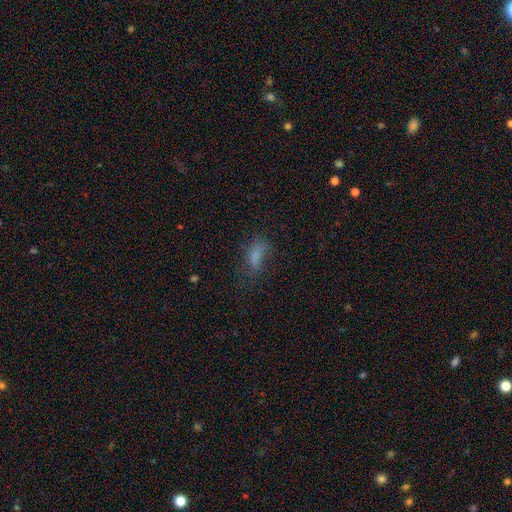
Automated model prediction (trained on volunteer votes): Morphology: type=smooth (69%); roundness=in between (78%); merging=none (45%).